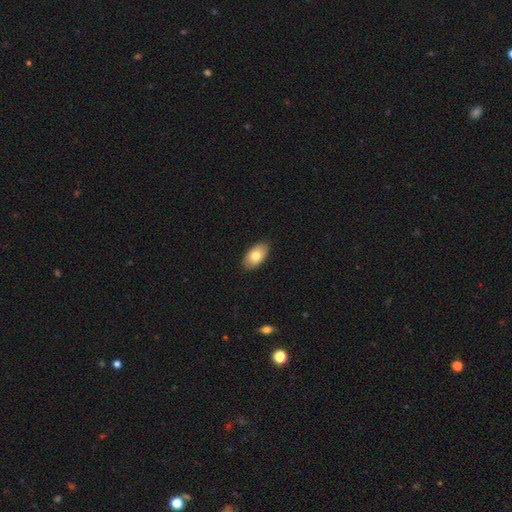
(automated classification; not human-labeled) smooth-or-featured: smooth: 78% | featured or disk: 16% | star or artifact: 6%
  how-rounded: in between: 94% | round: 4% | cigar-shaped: 2%
  merging: none: 88% | minor disturbance: 9% | major disturbance: 2% | merger: 1%